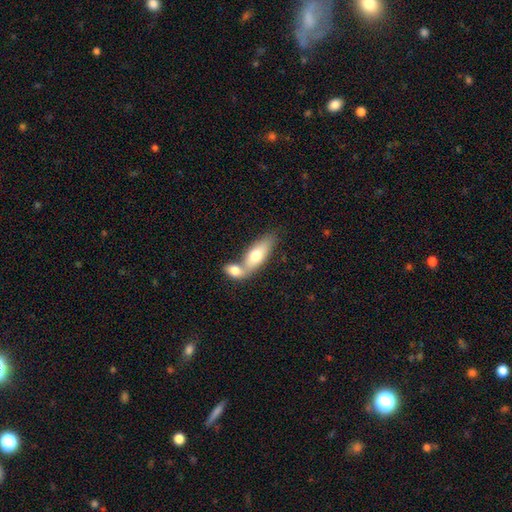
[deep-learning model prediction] smooth_or_featured: smooth (p=0.68) [alt: featured or disk p=0.26]
how_rounded: in between (p=0.75) [alt: cigar-shaped p=0.22]
merging: merger (p=0.60) [alt: none p=0.28]